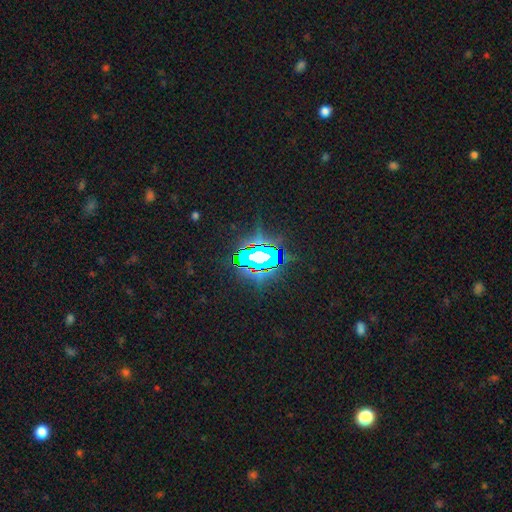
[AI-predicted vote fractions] Smooth or featured: star or artifact — 71% (smooth — 15%)